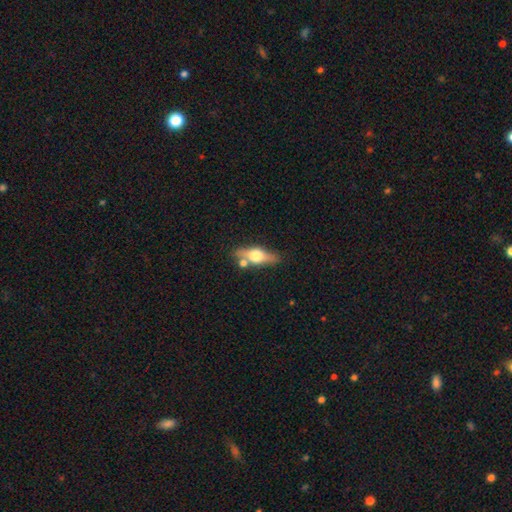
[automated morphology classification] smooth_or_featured: featured or disk (p=0.55) [alt: smooth p=0.38]
disk_edge_on: yes (p=0.89) [alt: no p=0.11]
merging: none (p=0.74) [alt: minor disturbance p=0.13]